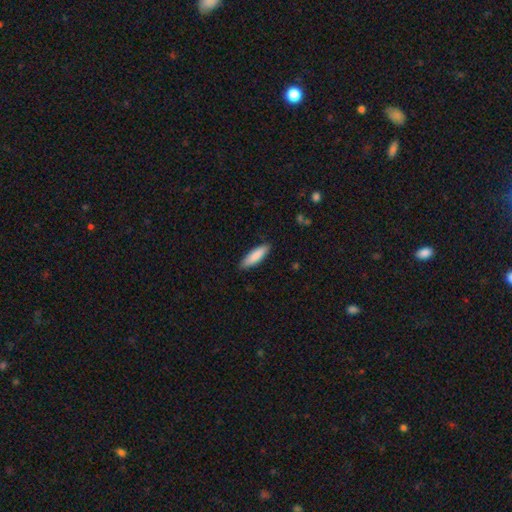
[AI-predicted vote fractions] Smooth or featured? Predicted: smooth (p=0.86). How rounded? Predicted: cigar-shaped (p=0.59). Merging? Predicted: none (p=0.87).